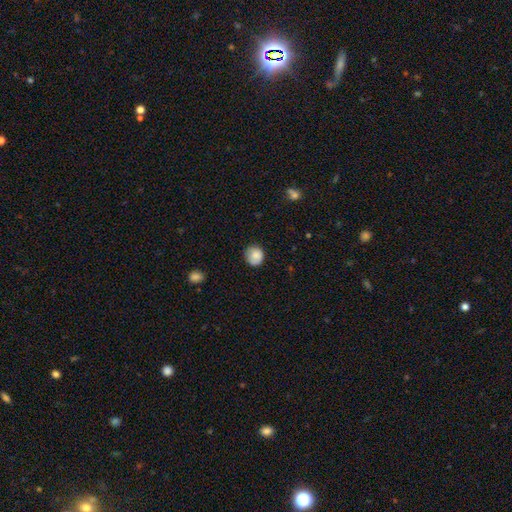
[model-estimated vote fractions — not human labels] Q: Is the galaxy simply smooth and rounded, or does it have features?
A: smooth — 84%.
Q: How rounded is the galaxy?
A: round — 86%.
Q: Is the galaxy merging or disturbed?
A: none — 79%.